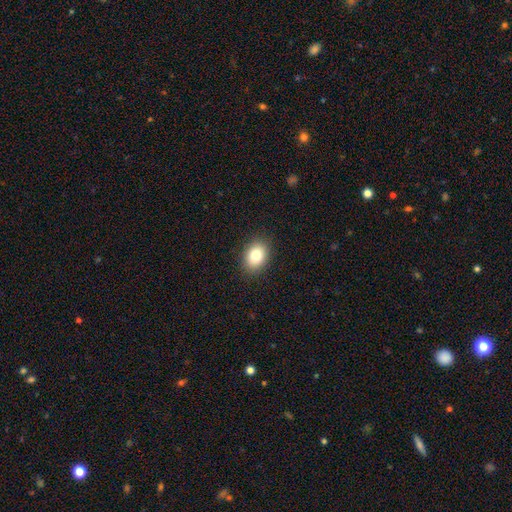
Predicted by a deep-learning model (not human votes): Smooth or featured: smooth — 81% (featured or disk — 9%)
How rounded: in between — 70% (round — 29%)
Merging: none — 89% (minor disturbance — 8%)